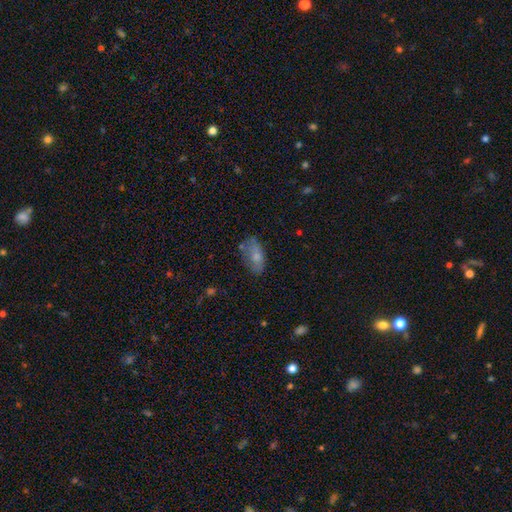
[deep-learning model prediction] Overall: smooth (70%). How rounded: in between (89%). Merging: none (60%; minor disturbance 27%).